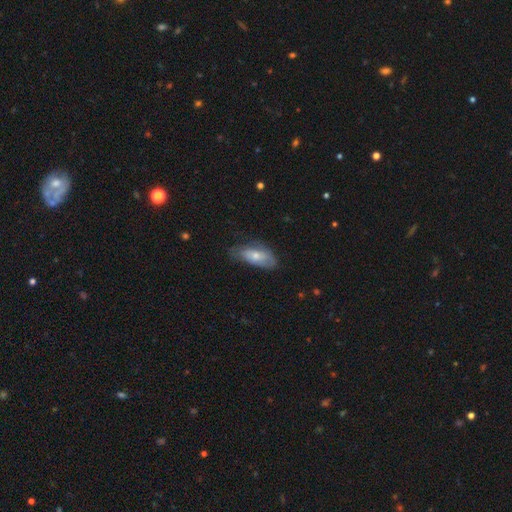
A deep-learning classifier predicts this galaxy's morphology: smooth_or_featured: smooth (p=0.63) [alt: featured or disk p=0.31]
how_rounded: in between (p=0.84) [alt: cigar-shaped p=0.13]
merging: none (p=0.58) [alt: minor disturbance p=0.32]